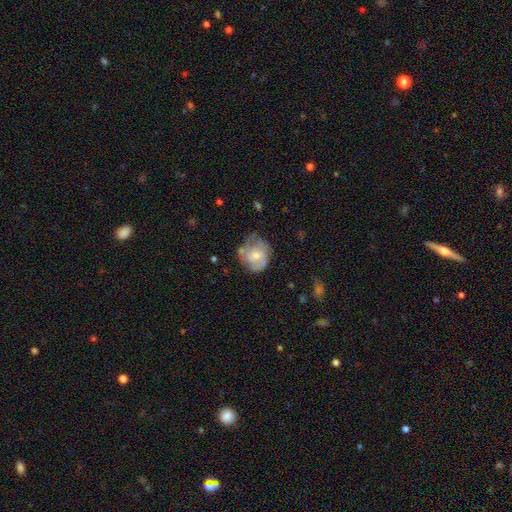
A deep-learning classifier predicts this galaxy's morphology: Smooth or featured? featured or disk (66%)
Edge-on disk? no (98%)
Bar? no (73%)
Spiral arms? yes (79%)
Spiral winding? tight (47%)
Spiral arm count? 2 (33%, tied with can't tell)
Bulge size? moderate (48%)
Merging? none (50%)